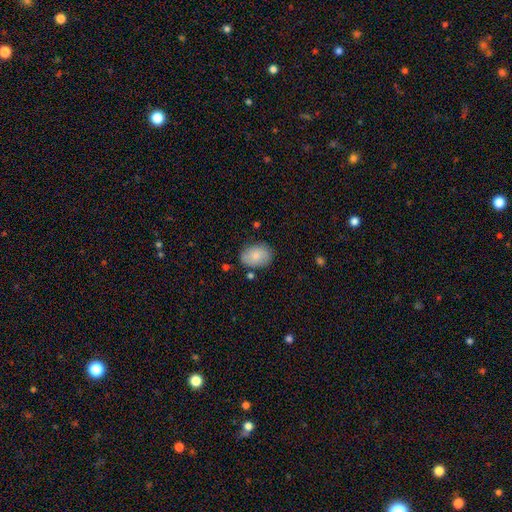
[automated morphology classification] Overall: smooth (78%). How rounded: in between (75%). Merging: none (75%).